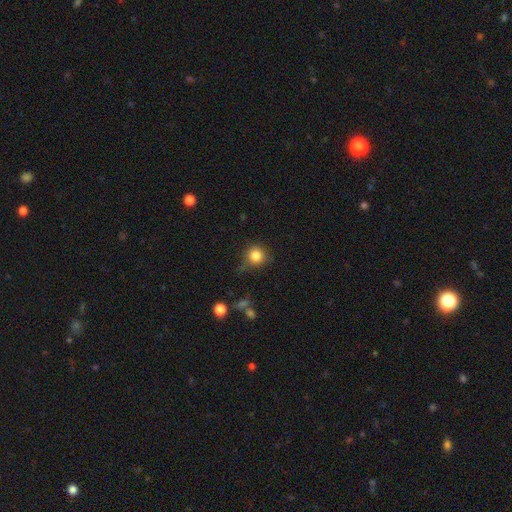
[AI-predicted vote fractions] The model was most divided on "merging": none: 72%, minor disturbance: 19%, major disturbance: 6%, merger: 3%. More confident: how rounded — round (93%); smooth or featured — smooth (83%).